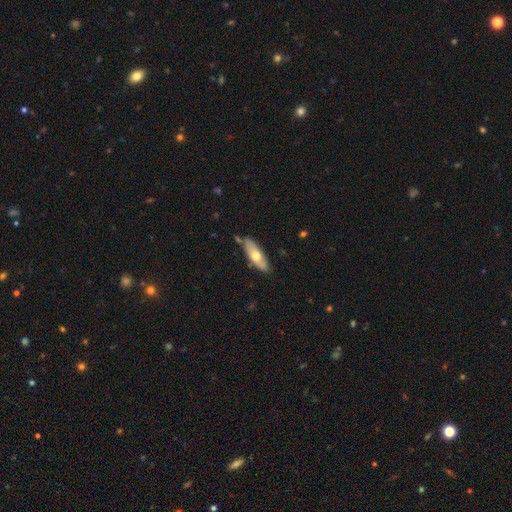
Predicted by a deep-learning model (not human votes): Smooth or featured? Predicted: smooth (p=0.56). How rounded? Predicted: in between (p=0.63). Merging? Predicted: none (p=0.77).